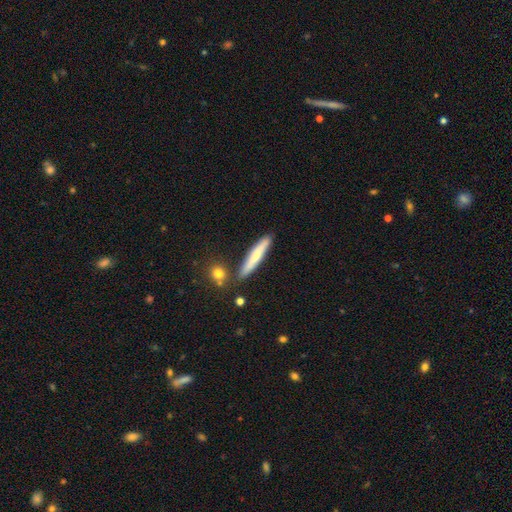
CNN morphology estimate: Overall: smooth (67%; featured or disk 27%). How rounded: cigar-shaped (92%). Merging: none (82%).